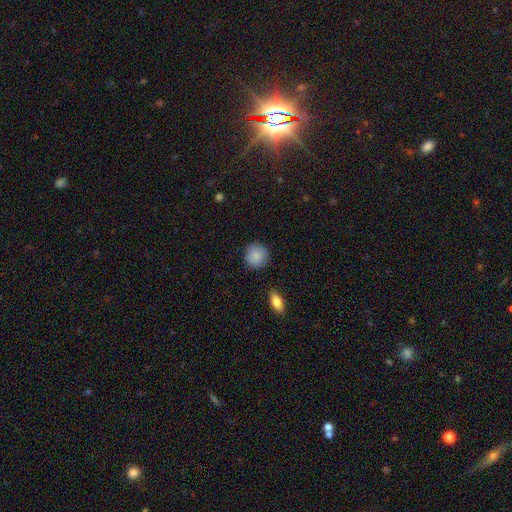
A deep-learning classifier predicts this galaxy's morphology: smooth-or-featured: smooth: 88% | star or artifact: 7% | featured or disk: 5%
  how-rounded: round: 92% | in between: 7% | cigar-shaped: 1%
  merging: none: 86% | minor disturbance: 10% | major disturbance: 2% | merger: 2%